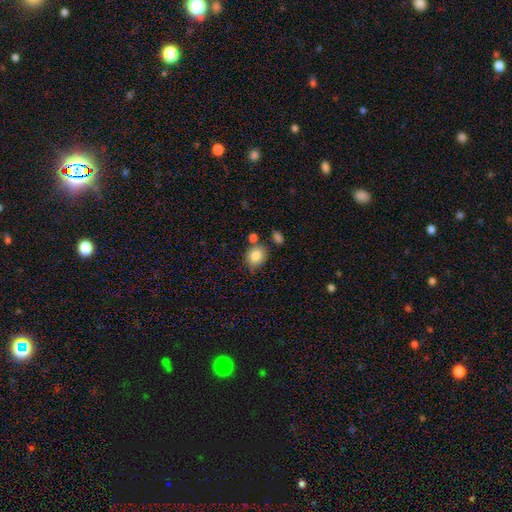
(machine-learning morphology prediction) smooth_or_featured: smooth (p=0.84) [alt: star or artifact p=0.09]
how_rounded: round (p=0.56) [alt: in between p=0.43]
merging: none (p=0.63) [alt: minor disturbance p=0.19]